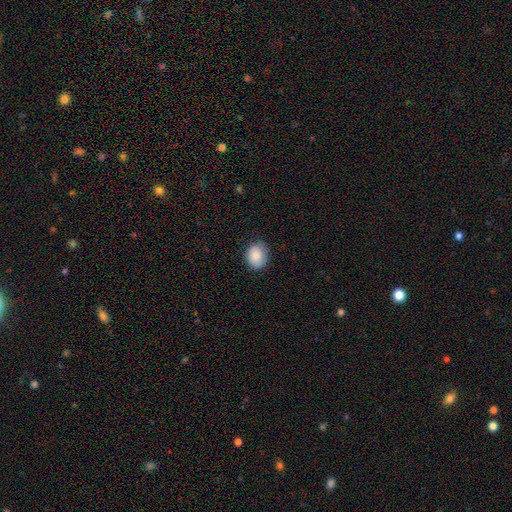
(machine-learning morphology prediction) The model was most divided on "how rounded": round: 51%, in between: 48%, cigar-shaped: 1%. More confident: smooth or featured — smooth (87%); merging — none (78%).